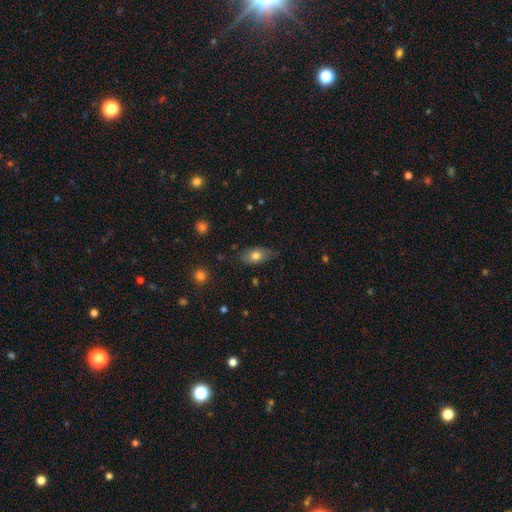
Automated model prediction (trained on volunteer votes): The model was most divided on "merging": none: 73%, minor disturbance: 21%, major disturbance: 4%, merger: 2%. More confident: how rounded — in between (87%); smooth or featured — smooth (73%).